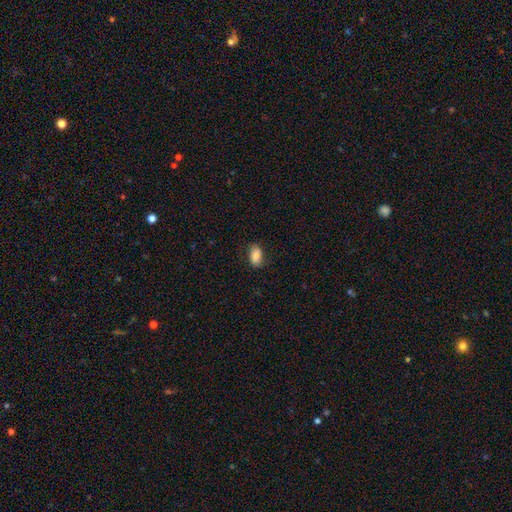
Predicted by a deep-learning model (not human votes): Smooth or featured: smooth — 81% (featured or disk — 11%)
How rounded: in between — 90% (round — 8%)
Merging: none — 80% (minor disturbance — 16%)